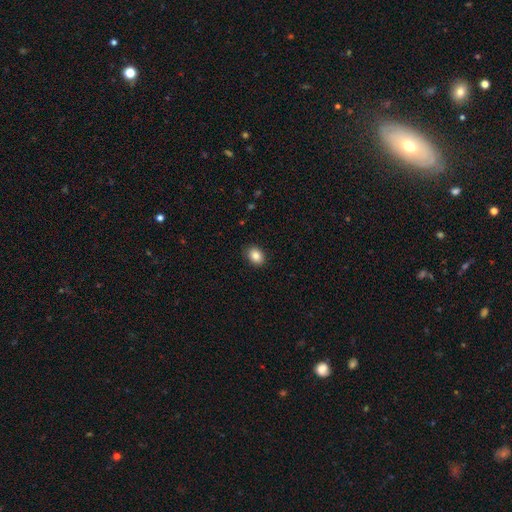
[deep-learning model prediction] The model was most divided on "how rounded": in between: 64%, round: 35%, cigar-shaped: 1%. More confident: merging — none (90%); smooth or featured — smooth (85%).